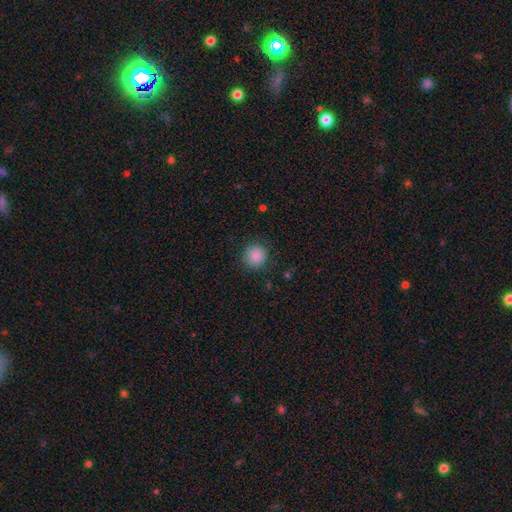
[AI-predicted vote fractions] Q: Smooth or featured?
A: smooth (87%); runner-up: star or artifact (10%)
Q: How rounded?
A: round (92%); runner-up: in between (7%)
Q: Merging?
A: none (88%); runner-up: minor disturbance (8%)